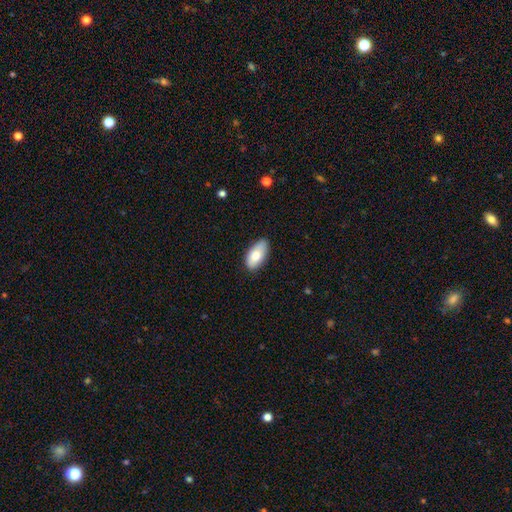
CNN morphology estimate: Smooth or featured: smooth — 80% (featured or disk — 14%)
How rounded: in between — 93% (cigar-shaped — 4%)
Merging: none — 82% (minor disturbance — 15%)